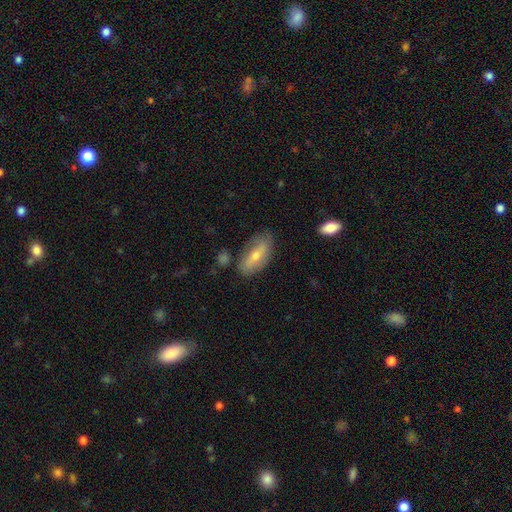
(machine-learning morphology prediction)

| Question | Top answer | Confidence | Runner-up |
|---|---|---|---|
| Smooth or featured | smooth | 51% | featured or disk (41%) |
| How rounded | in between | 79% | cigar-shaped (18%) |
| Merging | none | 73% | minor disturbance (19%) |